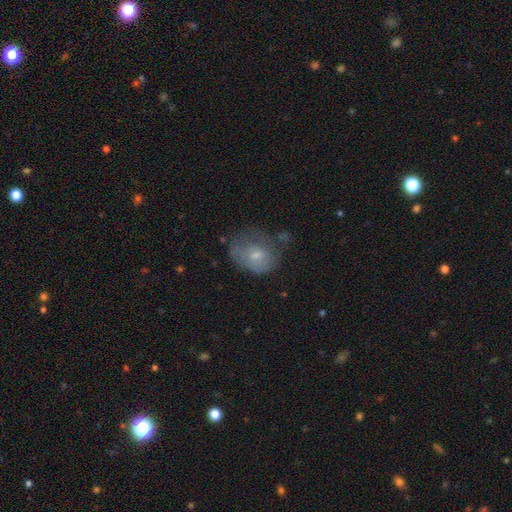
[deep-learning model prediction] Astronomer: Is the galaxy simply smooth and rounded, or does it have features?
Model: smooth — 57% (runner-up: featured or disk, 33%).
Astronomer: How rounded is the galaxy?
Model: in between — 59% (runner-up: round, 40%).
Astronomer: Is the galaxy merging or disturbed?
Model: none — 39% (runner-up: minor disturbance, 31%).